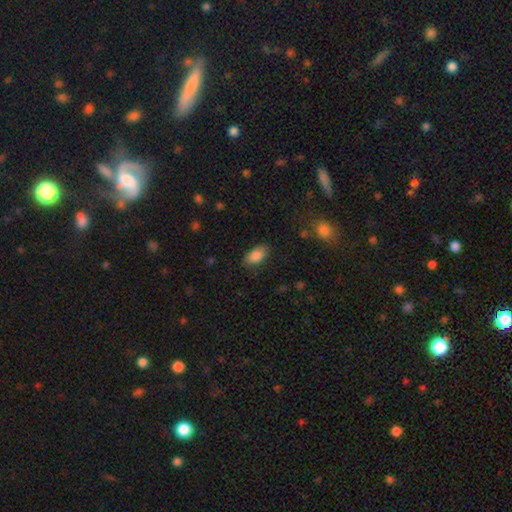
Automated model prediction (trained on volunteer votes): Smooth or featured?
  - smooth: 85% *
  - featured or disk: 8%
  - star or artifact: 7%
How rounded?
  - in between: 92% *
  - round: 5%
  - cigar-shaped: 4%
Merging?
  - none: 80% *
  - minor disturbance: 15%
  - major disturbance: 4%
  - merger: 1%